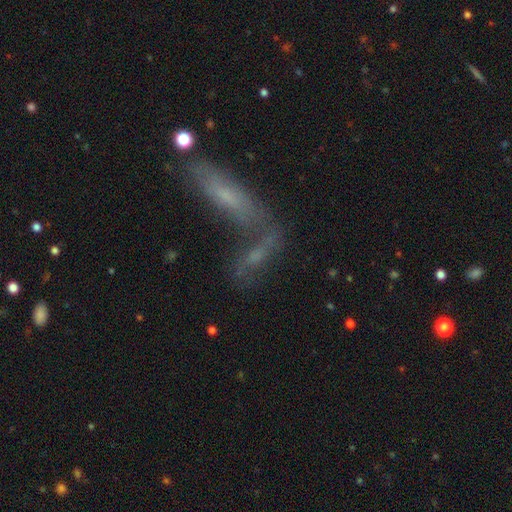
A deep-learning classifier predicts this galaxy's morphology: This is possibly a smooth galaxy (47%). Merging: marginally merger (41%).